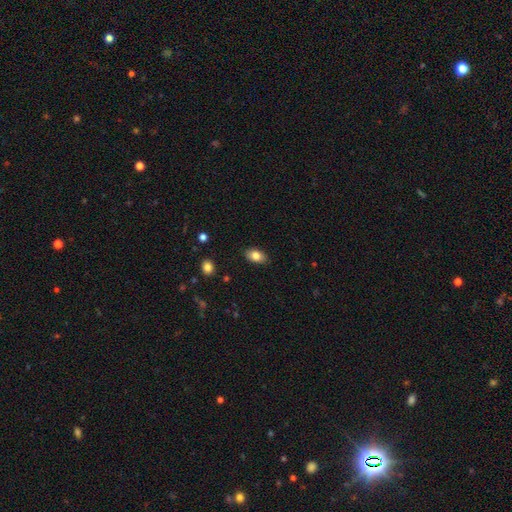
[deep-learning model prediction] smooth_or_featured: smooth (p=0.82) [alt: featured or disk p=0.10]
how_rounded: in between (p=0.90) [alt: round p=0.08]
merging: none (p=0.86) [alt: minor disturbance p=0.11]